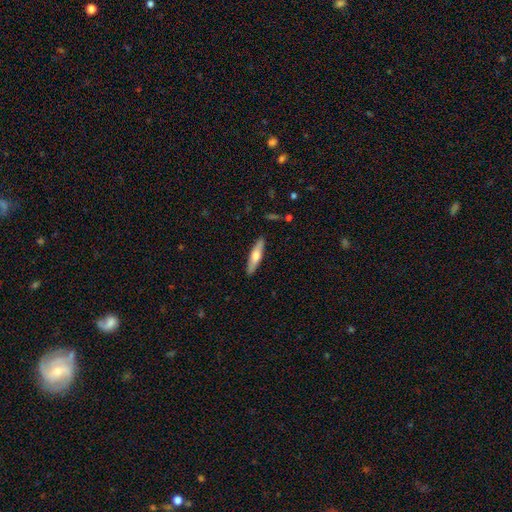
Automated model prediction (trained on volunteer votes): A smooth galaxy with no disk features (57%) that is cigar-shaped (76%). Merging: none (89%).